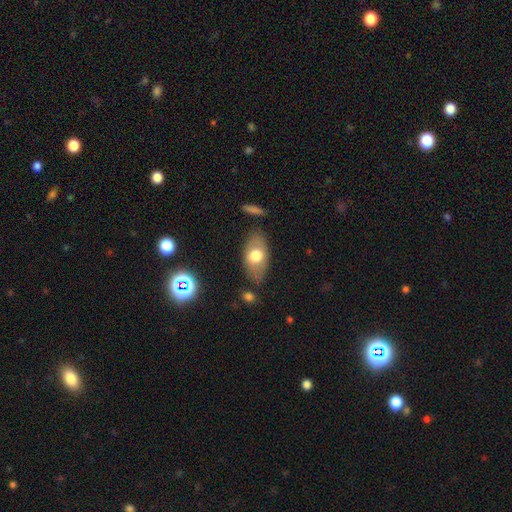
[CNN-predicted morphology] A smooth galaxy with no disk features (65%) that is in between round and cigar-shaped (90%). Merging: none (75%).